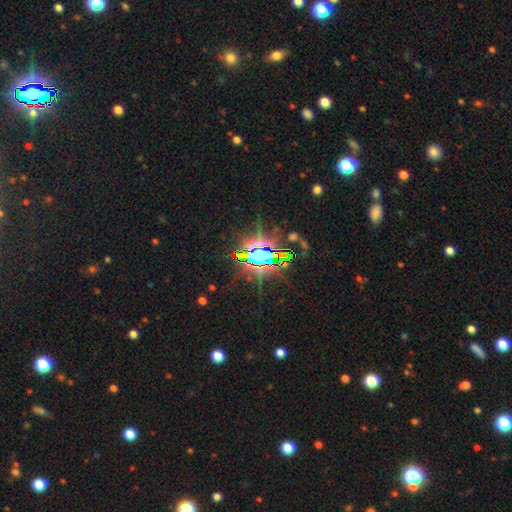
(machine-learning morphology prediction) A star or artifact, not a galaxy (81%).

Vote fractions:
- Smooth or featured? star or artifact: 81% / featured or disk: 10% / smooth: 9%